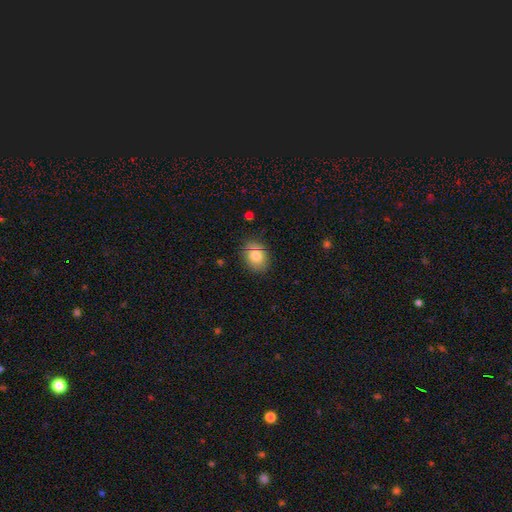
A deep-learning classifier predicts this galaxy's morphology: This appears to be a smooth galaxy with no disk features (80%) that is in between round and cigar-shaped (54%). Merging: none (79%).